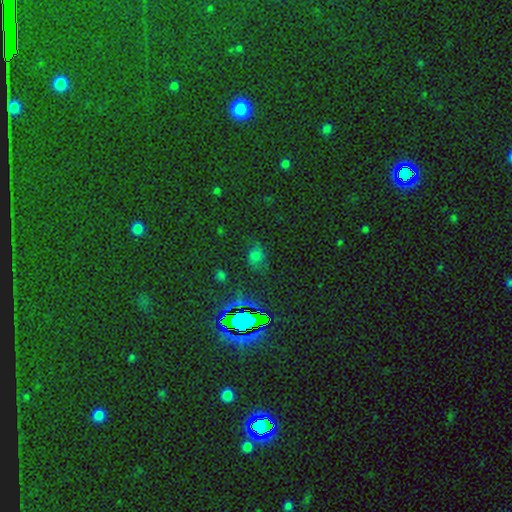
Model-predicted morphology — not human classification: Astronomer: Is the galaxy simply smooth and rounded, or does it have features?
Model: star or artifact — 48% (runner-up: smooth, 43%).